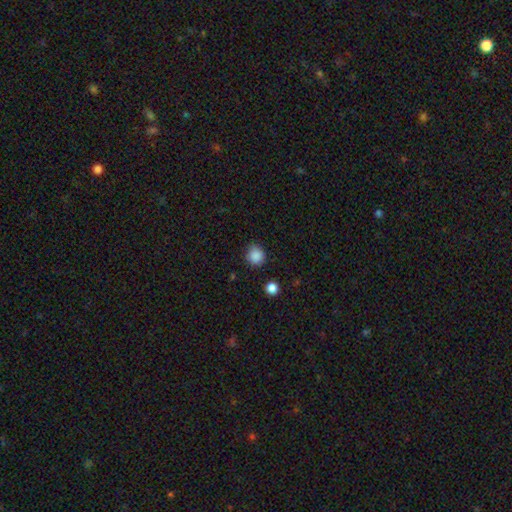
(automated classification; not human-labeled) This appears to be a smooth galaxy with no disk features (86%) that is round (88%). Merging: none (82%).